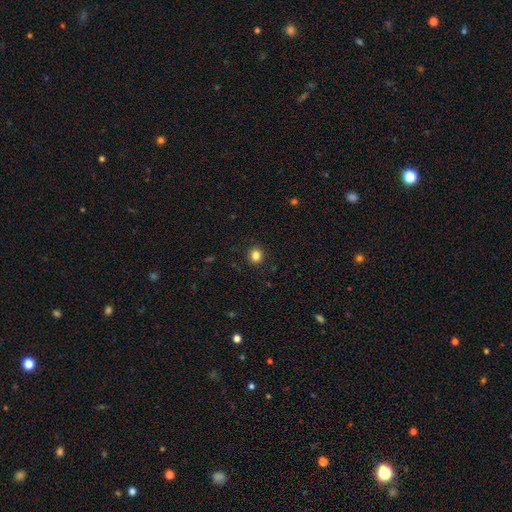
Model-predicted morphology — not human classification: Smooth or featured?
  - smooth: 83% *
  - star or artifact: 12%
  - featured or disk: 5%
How rounded?
  - round: 84% *
  - in between: 15%
  - cigar-shaped: 1%
Merging?
  - none: 91% *
  - minor disturbance: 6%
  - major disturbance: 2%
  - merger: 1%